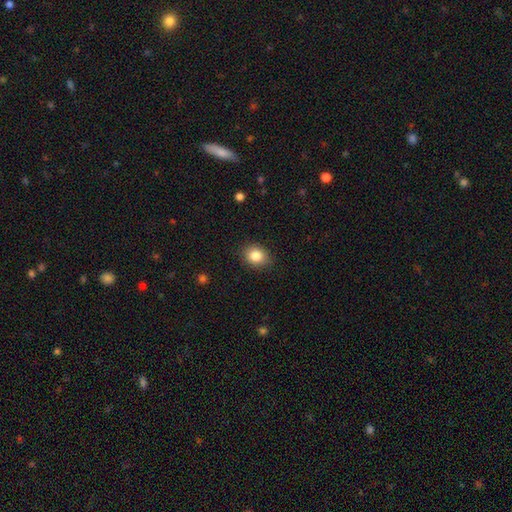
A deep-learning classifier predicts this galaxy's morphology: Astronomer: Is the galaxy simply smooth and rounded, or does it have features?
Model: smooth — 85%.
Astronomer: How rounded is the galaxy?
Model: round — 53% (runner-up: in between, 46%).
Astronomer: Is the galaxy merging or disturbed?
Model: none — 87%.